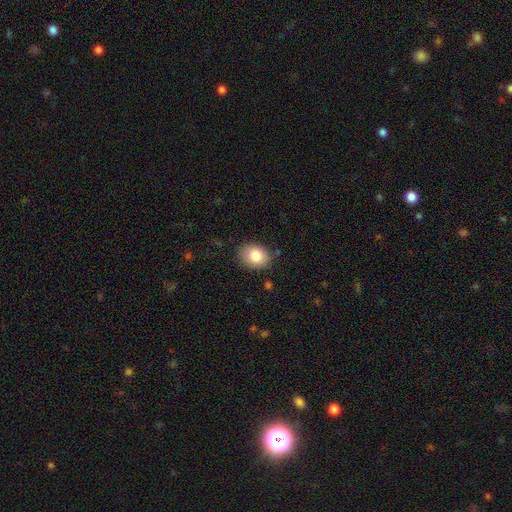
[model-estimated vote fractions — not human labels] Smooth or featured? Predicted: smooth (p=0.82). How rounded? Predicted: in between (p=0.60). Merging? Predicted: none (p=0.83).